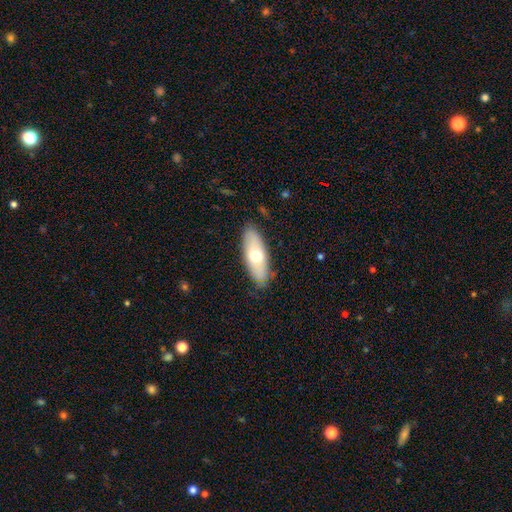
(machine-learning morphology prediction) This appears to be a smooth galaxy with no disk features (61%) that is in between round and cigar-shaped (73%). Merging: none (84%).